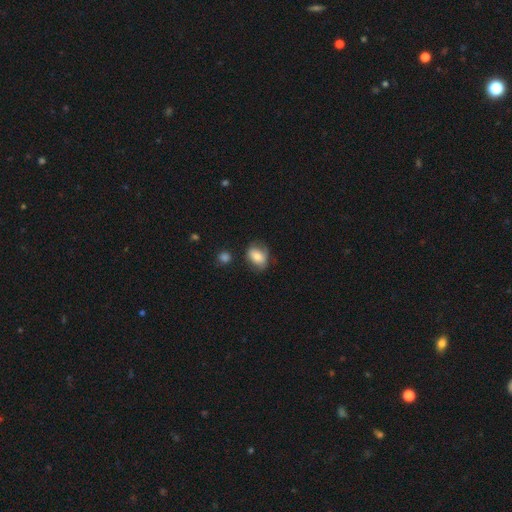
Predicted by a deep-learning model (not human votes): A smooth galaxy with no disk features (75%) that is in between round and cigar-shaped (69%). Merging: none (62%).